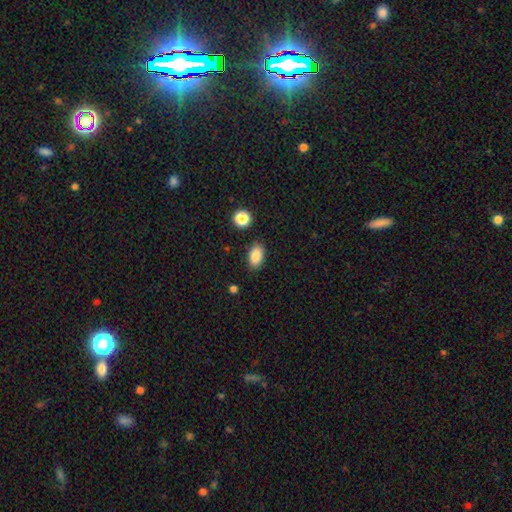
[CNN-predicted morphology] Overall: smooth (87%). How rounded: in between (91%). Merging: none (86%).